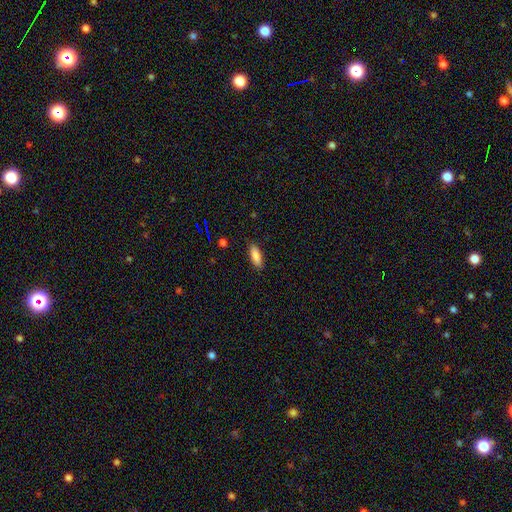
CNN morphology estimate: smooth-or-featured: smooth: 86% | star or artifact: 7% | featured or disk: 7%
  how-rounded: in between: 66% | cigar-shaped: 32% | round: 2%
  merging: none: 87% | minor disturbance: 10% | major disturbance: 2% | merger: 1%